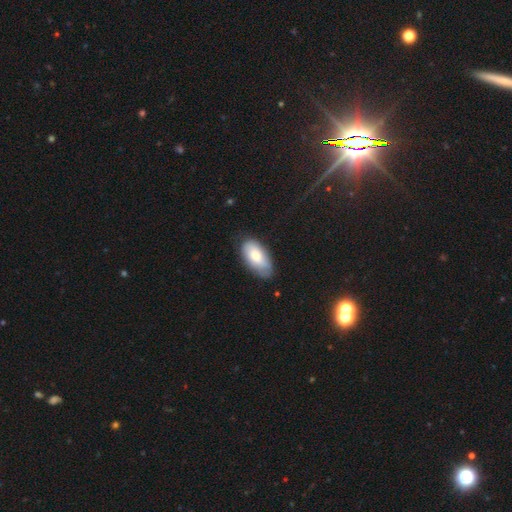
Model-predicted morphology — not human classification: Smooth or featured? Predicted: smooth (p=0.73). How rounded? Predicted: in between (p=0.94). Merging? Predicted: none (p=0.69).